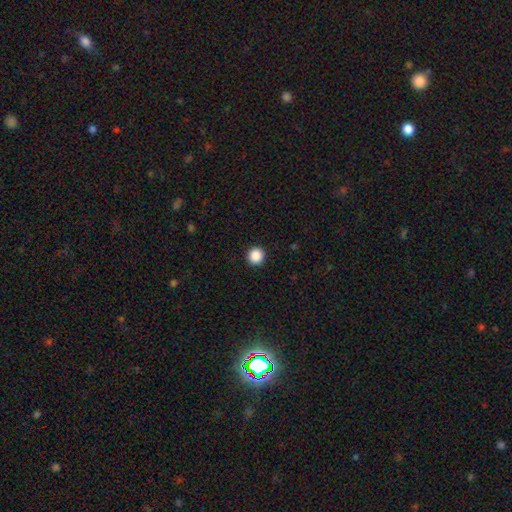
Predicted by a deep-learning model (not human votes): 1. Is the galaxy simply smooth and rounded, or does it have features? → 88% smooth, 10% star or artifact, 2% featured or disk.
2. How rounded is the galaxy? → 95% round, 4% in between, 1% cigar-shaped.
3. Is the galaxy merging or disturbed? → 93% none, 4% minor disturbance, 2% major disturbance, 1% merger.